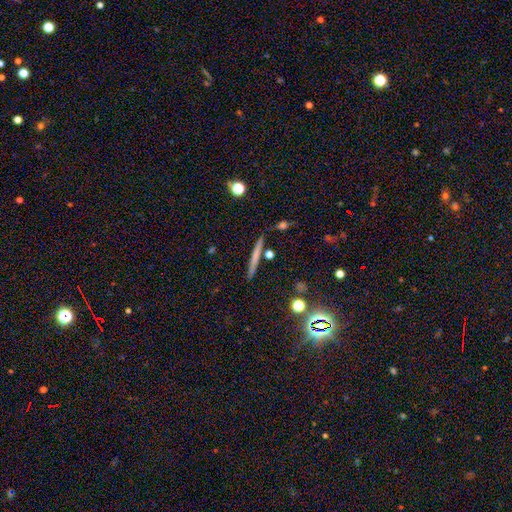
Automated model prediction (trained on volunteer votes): The model was most divided on "smooth or featured": smooth: 56%, featured or disk: 34%, star or artifact: 9%. More confident: how rounded — cigar-shaped (94%); merging — none (86%).